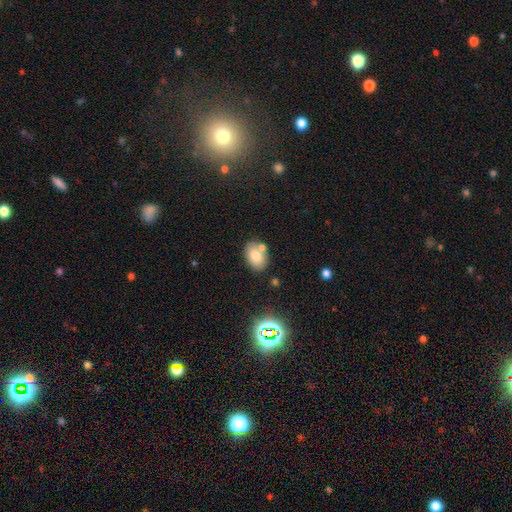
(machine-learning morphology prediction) A smooth galaxy with no disk features (77%) that is in between round and cigar-shaped (82%). Merging: none (64%).